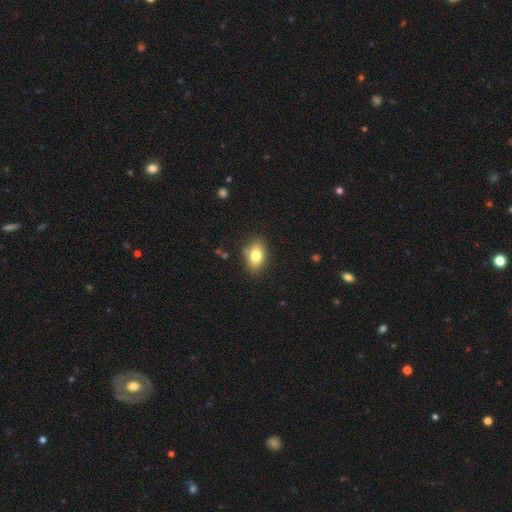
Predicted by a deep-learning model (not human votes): Overall: smooth (78%). How rounded: in between (84%). Merging: none (83%).